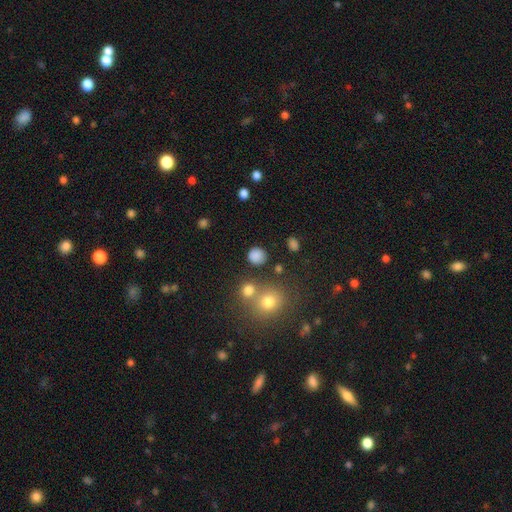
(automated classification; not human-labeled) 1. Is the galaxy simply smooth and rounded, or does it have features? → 81% smooth, 14% star or artifact, 5% featured or disk.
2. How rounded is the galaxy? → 87% round, 12% in between, 1% cigar-shaped.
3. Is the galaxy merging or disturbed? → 80% none, 10% minor disturbance, 7% merger, 4% major disturbance.